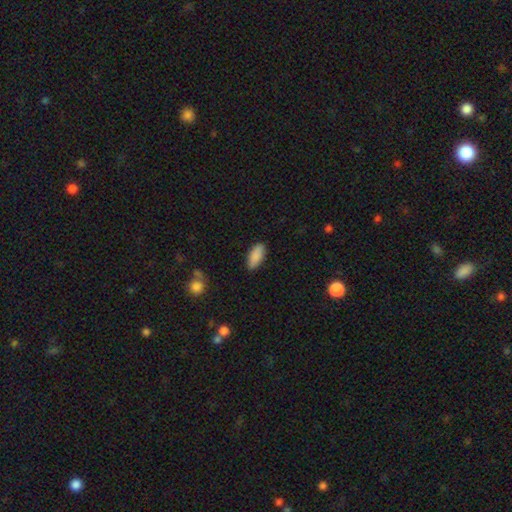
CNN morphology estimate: This is clearly a smooth galaxy (89%). How rounded: clearly in between (84%). Merging: clearly none (85%).